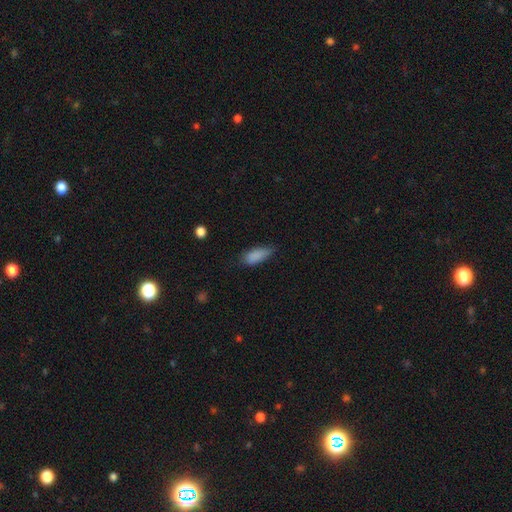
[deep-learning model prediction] Morphology: type=smooth (86%); roundness=in between (78%); merging=none (60%).